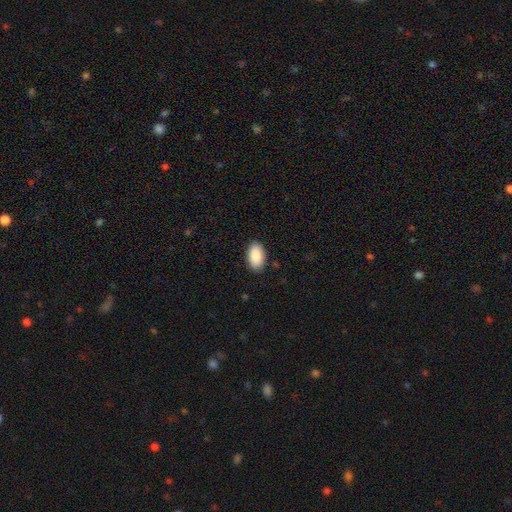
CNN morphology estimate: smooth 90%, star or artifact 6%, featured or disk 4%. Down the decision tree: how rounded — in between (95%); merging — none (87%).